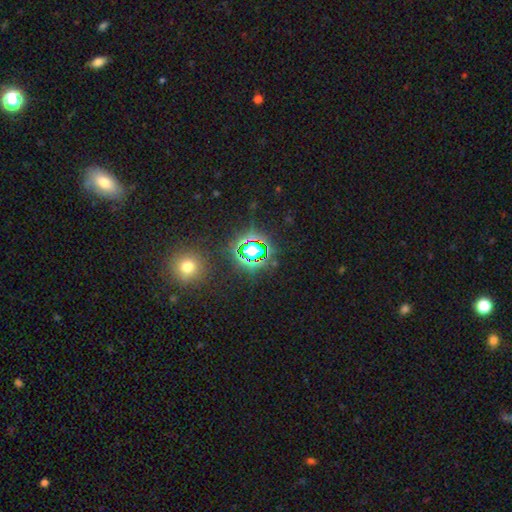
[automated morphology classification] A star or artifact, not a galaxy (74%).

Vote fractions:
- Smooth or featured? star or artifact: 74% / smooth: 17% / featured or disk: 9%